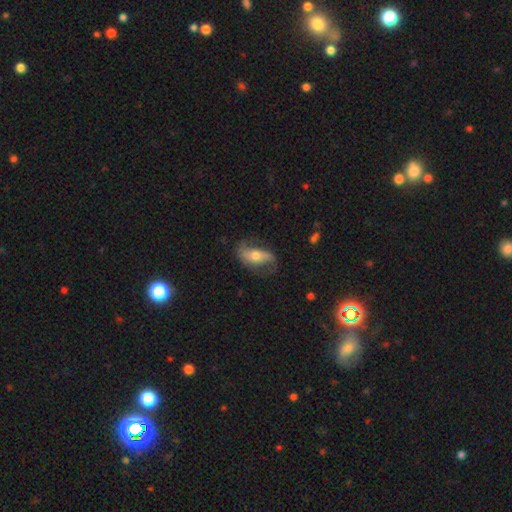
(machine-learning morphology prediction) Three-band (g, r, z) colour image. It shows a featured or disk galaxy (71%) with no bar (39%), 2 (88%) loose (60%) spiral arms (88%) and a moderate central bulge (63%). Merging: none (68%).